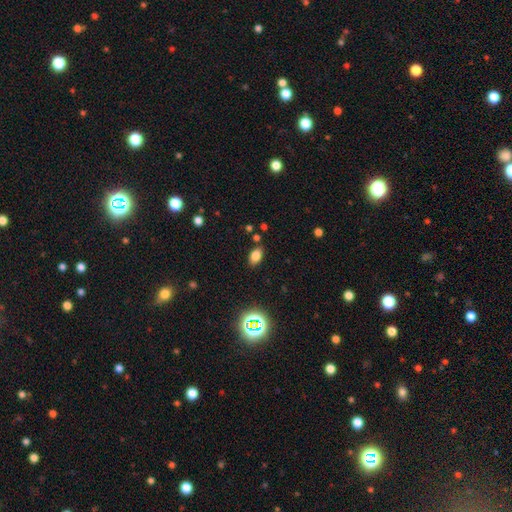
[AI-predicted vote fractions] Overall: smooth (77%). How rounded: in between (87%). Merging: none (84%).